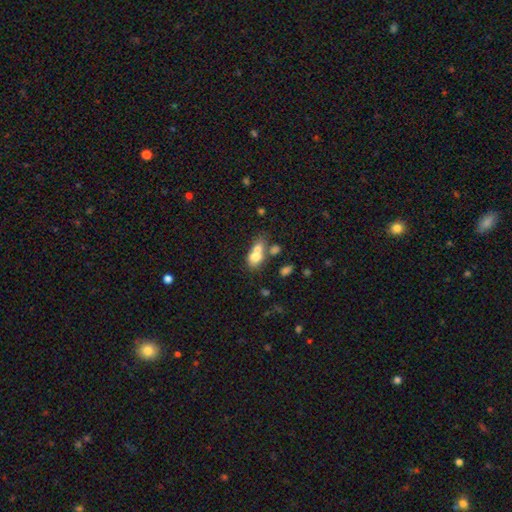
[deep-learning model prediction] smooth_or_featured: smooth (p=0.70) [alt: featured or disk p=0.20]
how_rounded: in between (p=0.60) [alt: round p=0.37]
merging: merger (p=0.64) [alt: none p=0.22]